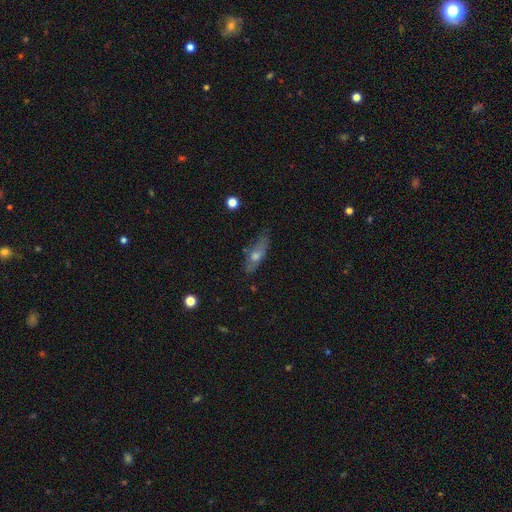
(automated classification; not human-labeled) smooth_or_featured: smooth (p=0.46) [alt: featured or disk p=0.44]
merging: none (p=0.67) [alt: minor disturbance p=0.24]